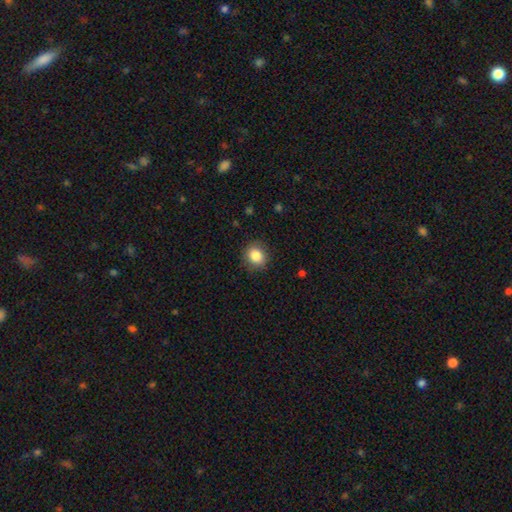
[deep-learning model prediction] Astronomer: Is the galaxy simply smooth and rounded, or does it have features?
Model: smooth — 85%.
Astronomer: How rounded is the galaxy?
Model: round — 72%.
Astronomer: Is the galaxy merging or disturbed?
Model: none — 87%.